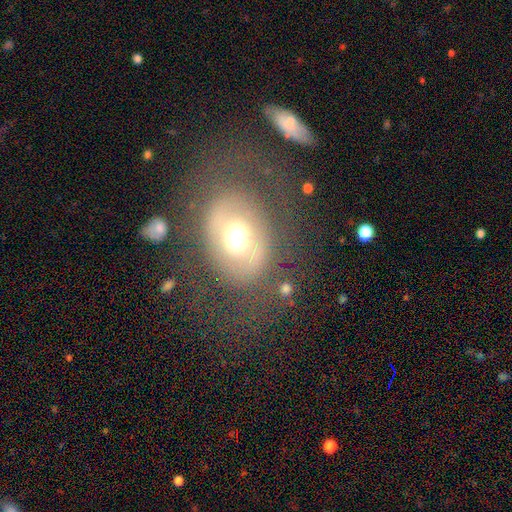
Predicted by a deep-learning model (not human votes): A featured or disk galaxy (47%).

Vote fractions:
- Smooth or featured? featured or disk: 47% / smooth: 41% / star or artifact: 12%
- Merging? none: 65% / major disturbance: 18% / minor disturbance: 15% / merger: 3%